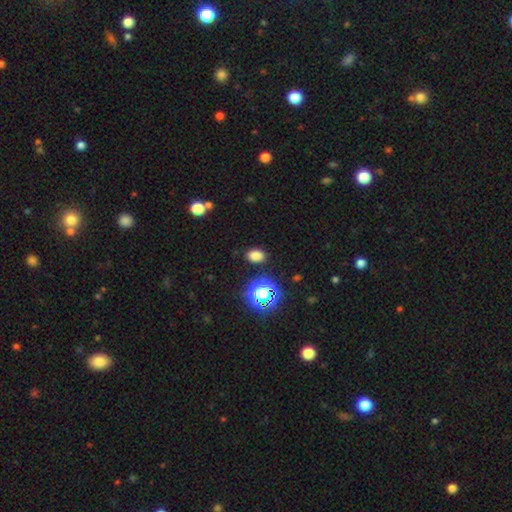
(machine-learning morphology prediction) Overall: smooth (75%). How rounded: in between (76%). Merging: none (86%).